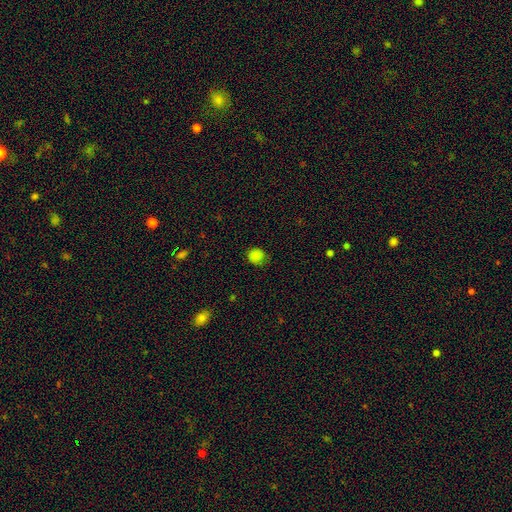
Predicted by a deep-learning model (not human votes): Smooth or featured: smooth — 84% (star or artifact — 12%)
How rounded: round — 79% (in between — 20%)
Merging: none — 72% (minor disturbance — 21%)